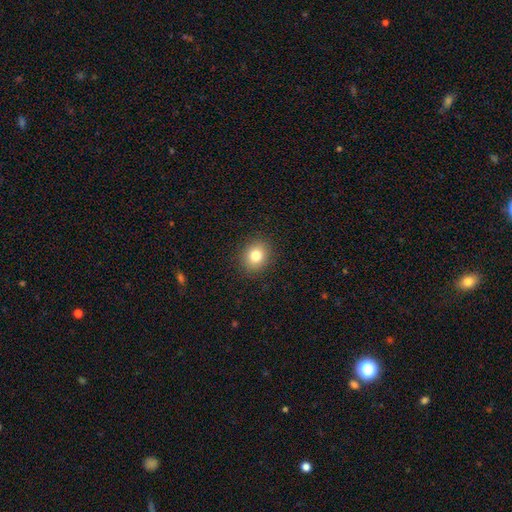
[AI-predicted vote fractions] Smooth or featured?
  - smooth: 81% *
  - star or artifact: 11%
  - featured or disk: 8%
How rounded?
  - round: 71% *
  - in between: 28%
  - cigar-shaped: 1%
Merging?
  - none: 90% *
  - minor disturbance: 7%
  - major disturbance: 2%
  - merger: 1%